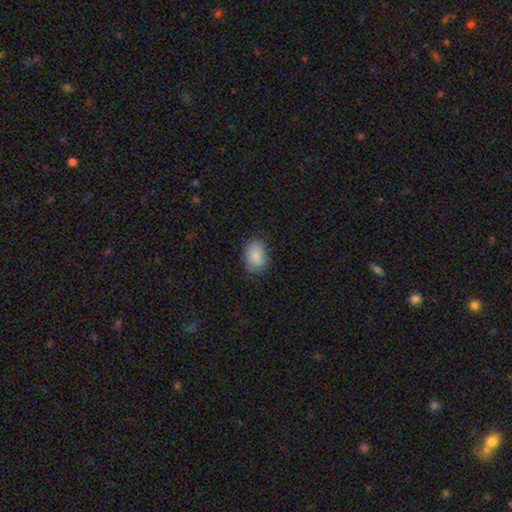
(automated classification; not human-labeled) This is clearly a smooth galaxy (87%). How rounded: likely in between (77%). Merging: likely none (75%).